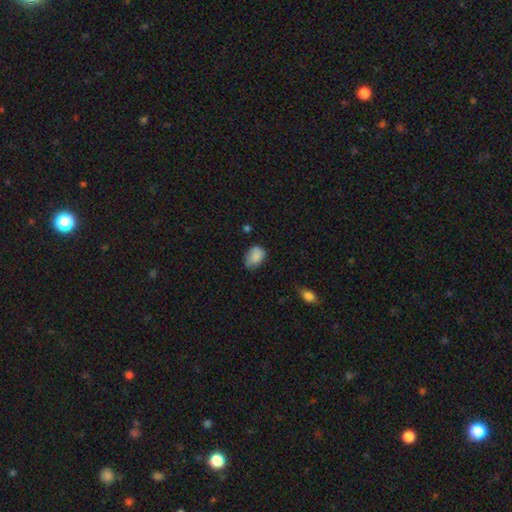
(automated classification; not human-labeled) A smooth galaxy with no disk features (83%) that is in between round and cigar-shaped (74%).

Vote fractions:
- Smooth or featured? smooth: 83% / featured or disk: 9% / star or artifact: 9%
- How rounded? in between: 74% / round: 25% / cigar-shaped: 1%
- Merging? none: 57% / minor disturbance: 34% / major disturbance: 7% / merger: 2%